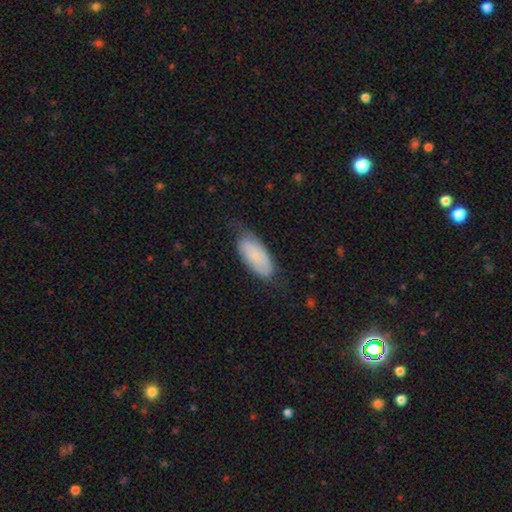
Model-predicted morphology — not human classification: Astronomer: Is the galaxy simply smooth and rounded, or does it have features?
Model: smooth — 71%.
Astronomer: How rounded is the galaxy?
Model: in between — 89%.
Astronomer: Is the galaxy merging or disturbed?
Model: none — 58%.